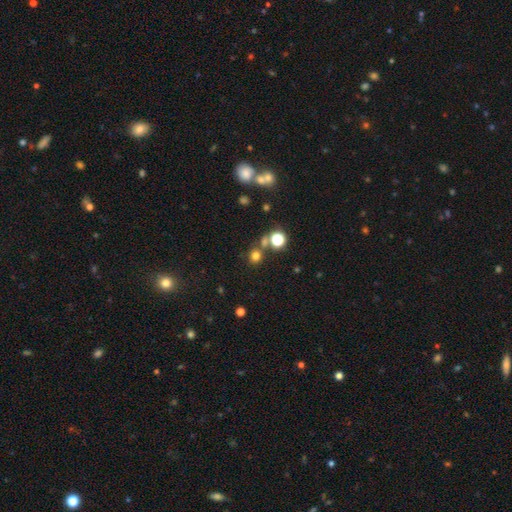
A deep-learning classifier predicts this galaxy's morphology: A smooth galaxy with no disk features (70%) that is round (88%).

Vote fractions:
- Smooth or featured? smooth: 70% / star or artifact: 23% / featured or disk: 7%
- How rounded? round: 88% / in between: 11% / cigar-shaped: 1%
- Merging? none: 69% / merger: 18% / minor disturbance: 9% / major disturbance: 4%